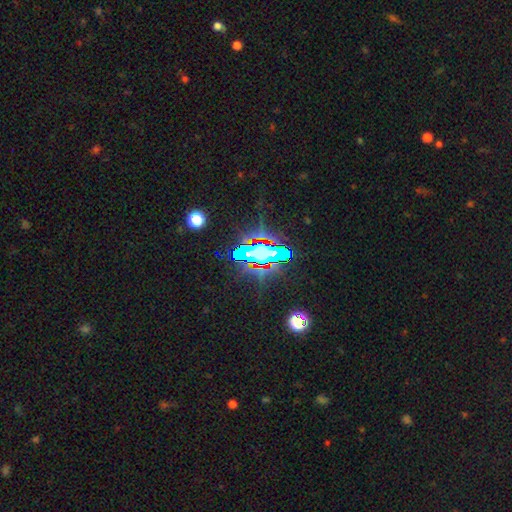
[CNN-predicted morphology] Smooth or featured? star or artifact (66%)